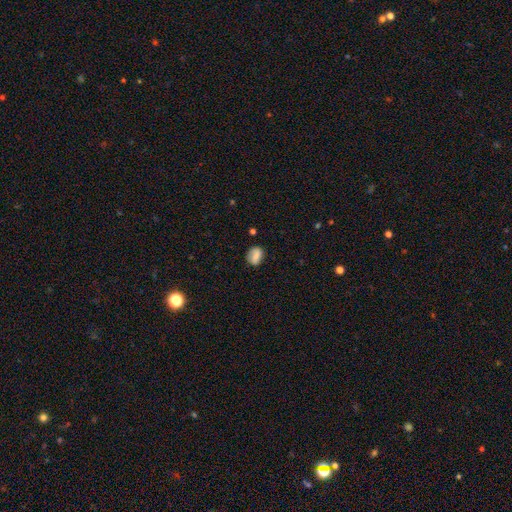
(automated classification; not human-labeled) Q: Smooth or featured?
A: smooth (78%); runner-up: featured or disk (13%)
Q: How rounded?
A: in between (65%); runner-up: round (33%)
Q: Merging?
A: none (71%); runner-up: minor disturbance (21%)